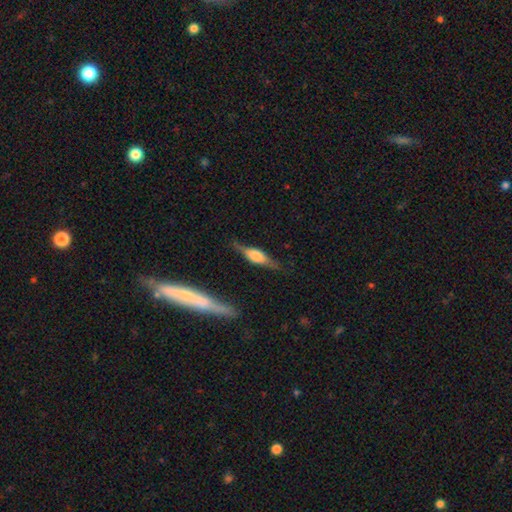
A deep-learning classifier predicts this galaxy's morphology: Smooth or featured?
  - featured or disk: 62% *
  - smooth: 31%
  - star or artifact: 7%
Edge-on disk?
  - yes: 93% *
  - no: 7%
Edge-on bulge?
  - rounded: 71% *
  - boxy: 25%
  - none: 4%
Merging?
  - none: 79% *
  - minor disturbance: 14%
  - major disturbance: 4%
  - merger: 3%